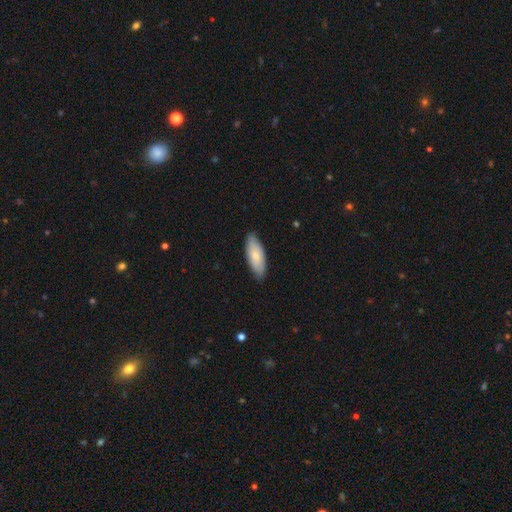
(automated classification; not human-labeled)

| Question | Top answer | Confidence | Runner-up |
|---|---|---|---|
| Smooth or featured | smooth | 77% | featured or disk (18%) |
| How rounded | in between | 75% | cigar-shaped (23%) |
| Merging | none | 84% | minor disturbance (14%) |